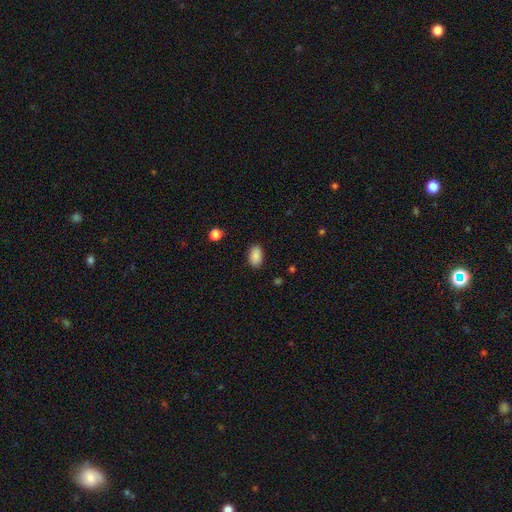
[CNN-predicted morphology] smooth 89%, star or artifact 8%, featured or disk 3%. Down the decision tree: how rounded — in between (90%); merging — none (86%).